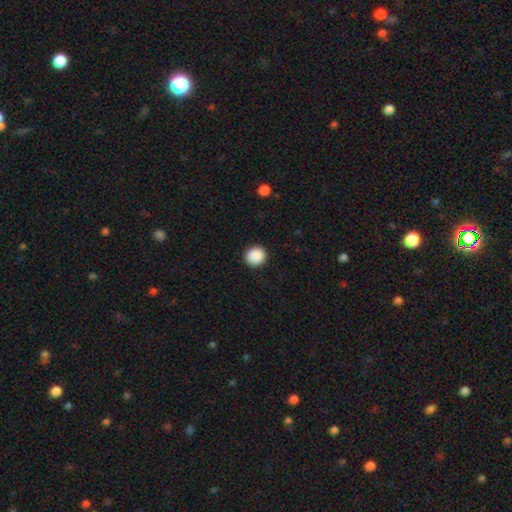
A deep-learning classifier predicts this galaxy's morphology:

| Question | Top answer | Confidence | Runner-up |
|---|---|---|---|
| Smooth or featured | smooth | 89% | star or artifact (8%) |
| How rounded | round | 88% | in between (11%) |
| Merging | none | 91% | minor disturbance (6%) |